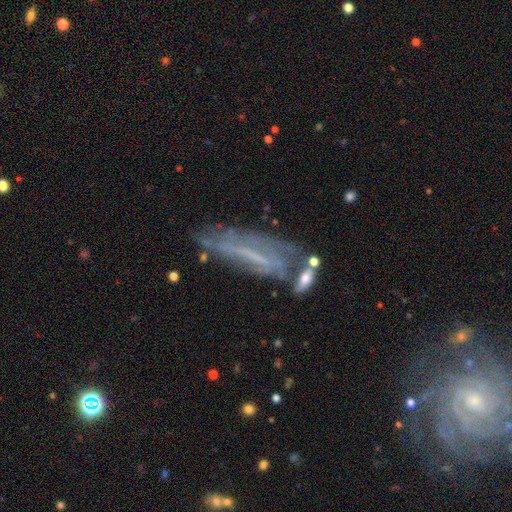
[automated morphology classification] Smooth or featured: featured or disk — 62% (smooth — 24%)
Edge-on disk: no — 67% (yes — 33%)
Merging: none — 57% (minor disturbance — 21%)